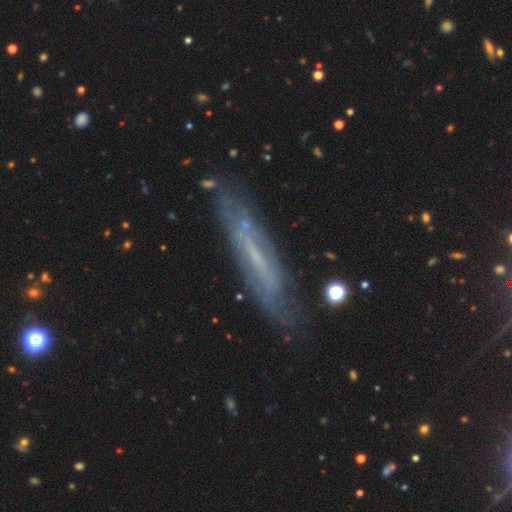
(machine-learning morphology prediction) smooth-or-featured: featured or disk: 63% | smooth: 25% | star or artifact: 12%
  disk-edge-on: yes: 58% | no: 42%
  merging: none: 77% | minor disturbance: 16% | major disturbance: 5% | merger: 2%